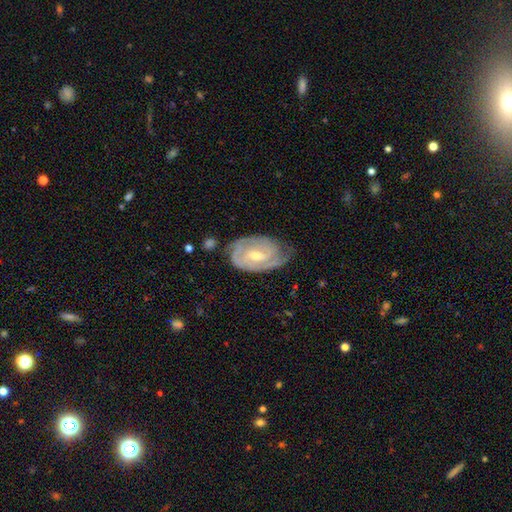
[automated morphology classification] featured or disk 84%, smooth 11%, star or artifact 5%. Down the decision tree: edge-on disk — no (96%); bar — weak (53%); spiral arms — yes (93%); spiral arm count — 2 (51%); spiral winding — tight (67%); bulge size — moderate (57%); merging — none (62%).